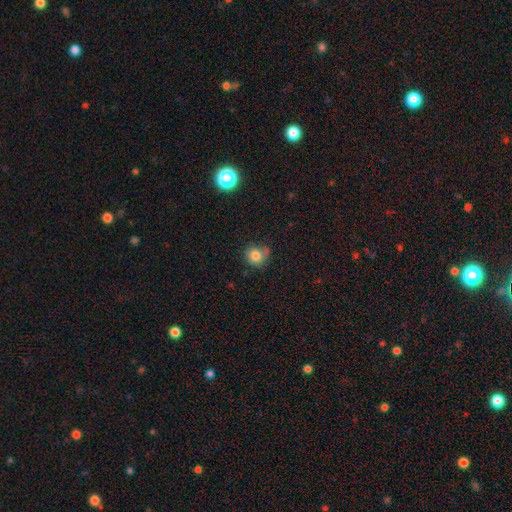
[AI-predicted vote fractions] Smooth or featured? smooth (80%)
How rounded? round (84%)
Merging? none (63%)